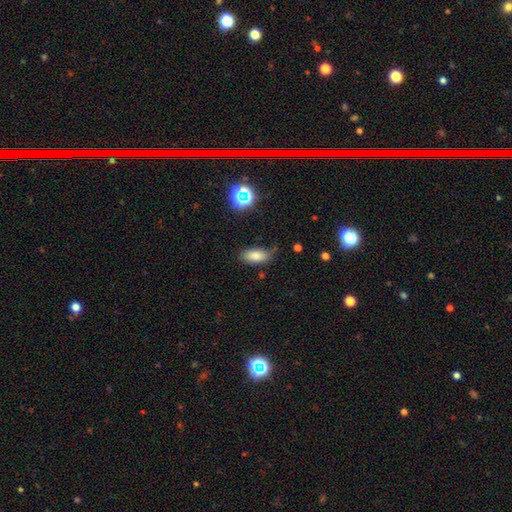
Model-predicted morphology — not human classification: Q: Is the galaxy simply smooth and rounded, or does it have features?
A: smooth — 80%.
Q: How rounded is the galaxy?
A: in between — 88%.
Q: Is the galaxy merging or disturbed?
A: none — 69%.